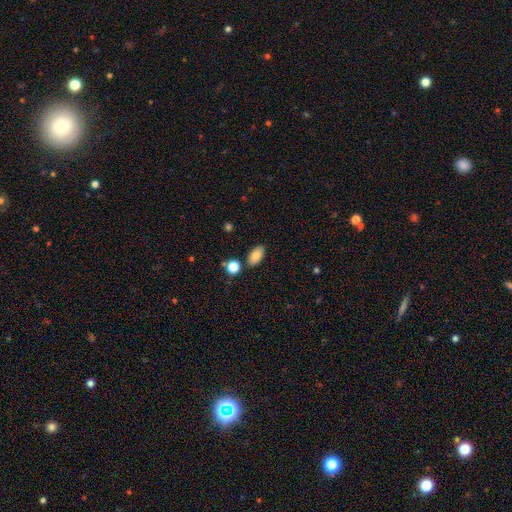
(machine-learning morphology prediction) This appears to be a smooth galaxy with no disk features (83%) that is in between round and cigar-shaped (91%). Merging: none (83%).